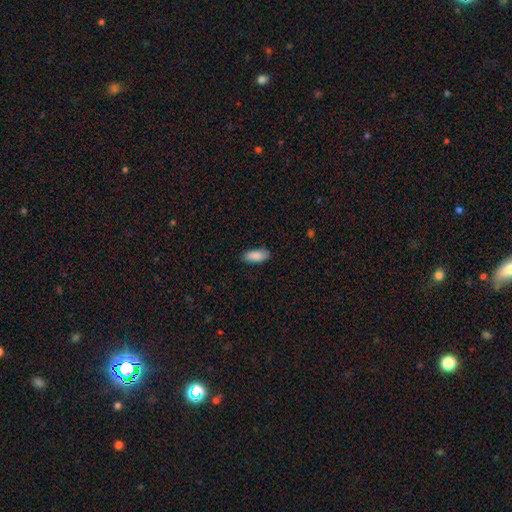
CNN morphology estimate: smooth-or-featured: smooth: 89% | star or artifact: 6% | featured or disk: 5%
  how-rounded: in between: 86% | cigar-shaped: 12% | round: 2%
  merging: none: 83% | minor disturbance: 13% | major disturbance: 2% | merger: 1%